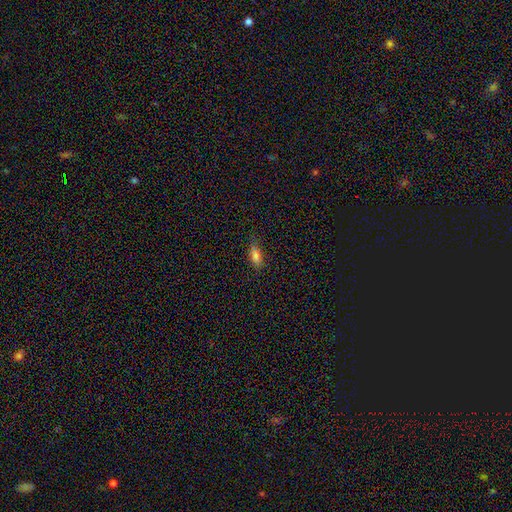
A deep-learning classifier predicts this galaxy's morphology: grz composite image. It shows a smooth galaxy with no disk features (80%) that is in between round and cigar-shaped (79%). Merging: none (78%).